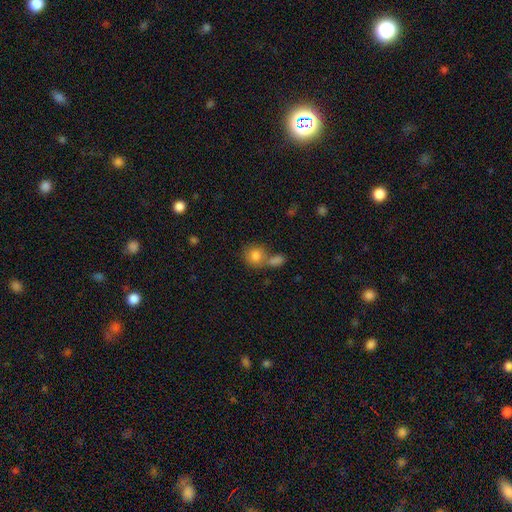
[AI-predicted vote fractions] Smooth or featured: smooth — 82% (featured or disk — 9%)
How rounded: round — 76% (in between — 23%)
Merging: none — 45% (merger — 39%)